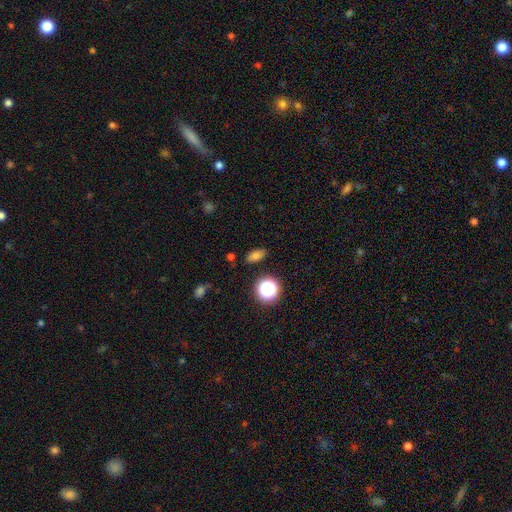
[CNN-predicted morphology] Smooth or featured?
  - smooth: 74% *
  - star or artifact: 17%
  - featured or disk: 9%
How rounded?
  - in between: 81% *
  - round: 15%
  - cigar-shaped: 5%
Merging?
  - none: 86% *
  - minor disturbance: 10%
  - major disturbance: 2%
  - merger: 2%